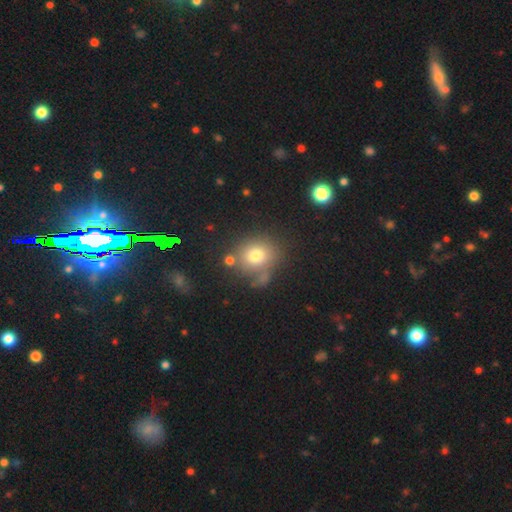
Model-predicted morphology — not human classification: Q: Smooth or featured?
A: smooth (73%); runner-up: star or artifact (14%)
Q: How rounded?
A: round (72%); runner-up: in between (27%)
Q: Merging?
A: none (64%); runner-up: minor disturbance (16%)